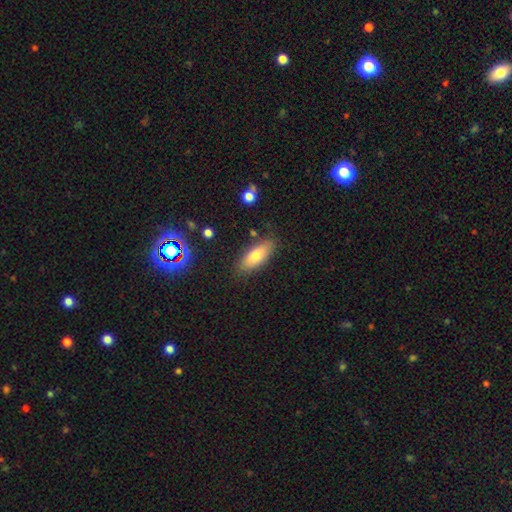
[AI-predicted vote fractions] smooth 73%, featured or disk 19%, star or artifact 8%. Down the decision tree: how rounded — in between (70%); merging — none (82%).